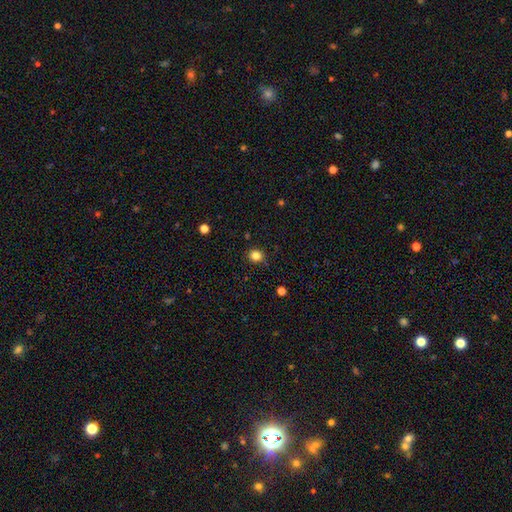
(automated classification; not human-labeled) smooth-or-featured: smooth: 83% | star or artifact: 13% | featured or disk: 5%
  how-rounded: round: 77% | in between: 22% | cigar-shaped: 1%
  merging: none: 86% | minor disturbance: 11% | major disturbance: 2% | merger: 1%